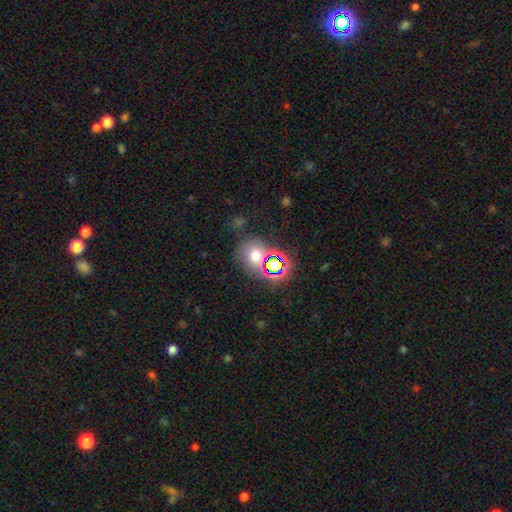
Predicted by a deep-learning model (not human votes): The model was most divided on "smooth or featured": smooth: 61%, star or artifact: 28%, featured or disk: 11%. More confident: how rounded — round (69%); merging — none (68%).